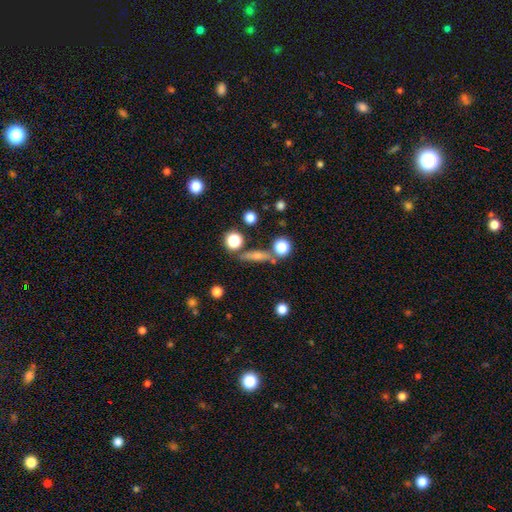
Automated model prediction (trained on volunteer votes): This is marginally a smooth galaxy (41%). Merging: likely none (75%).